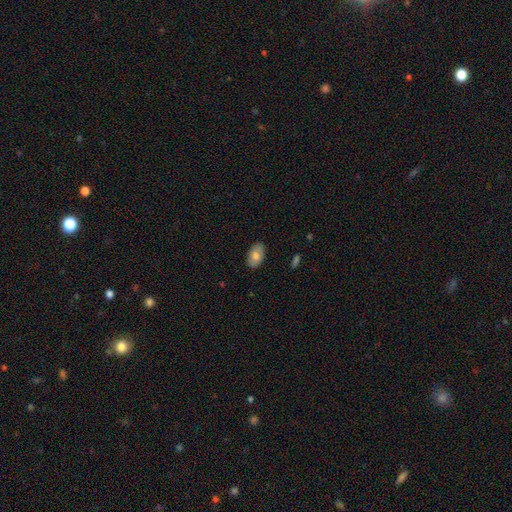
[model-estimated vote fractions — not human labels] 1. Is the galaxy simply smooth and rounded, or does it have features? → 77% smooth, 17% featured or disk, 7% star or artifact.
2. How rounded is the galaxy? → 94% in between, 4% round, 2% cigar-shaped.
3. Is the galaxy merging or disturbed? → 86% none, 11% minor disturbance, 2% major disturbance, 1% merger.